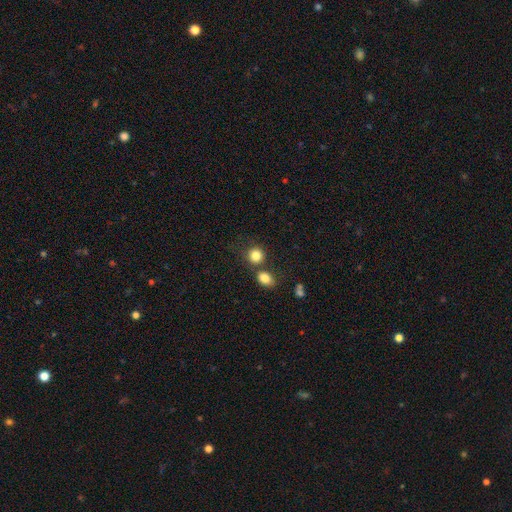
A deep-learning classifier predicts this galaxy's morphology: This appears to be a smooth galaxy with no disk features (83%) that is round (83%). Merging: none (64%).